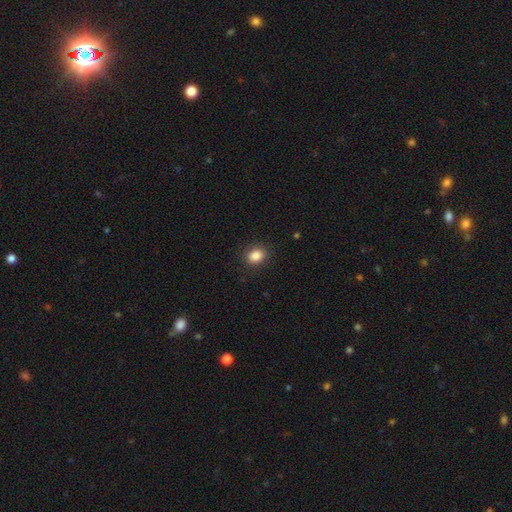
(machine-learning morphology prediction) type=smooth (86%); roundness=round (54%); merging=none (88%).